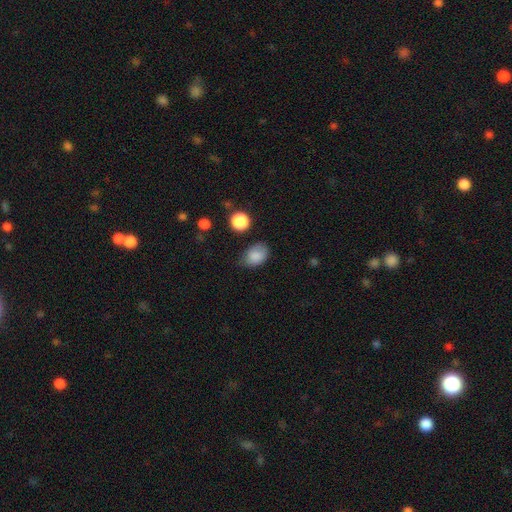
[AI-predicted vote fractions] smooth_or_featured: smooth (p=0.86) [alt: star or artifact p=0.08]
how_rounded: in between (p=0.79) [alt: round p=0.20]
merging: none (p=0.61) [alt: minor disturbance p=0.30]